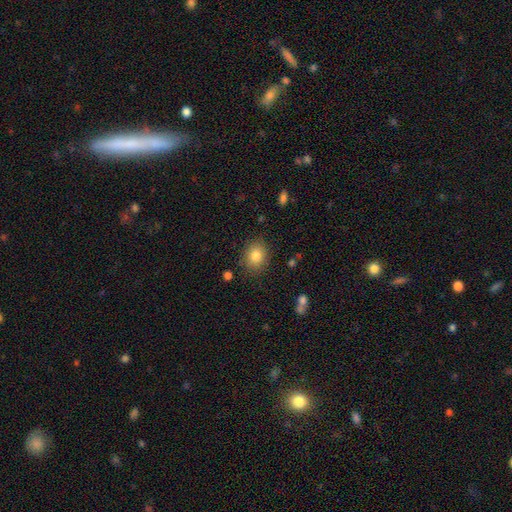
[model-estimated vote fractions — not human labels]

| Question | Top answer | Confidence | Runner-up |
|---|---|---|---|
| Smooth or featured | smooth | 83% | star or artifact (10%) |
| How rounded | round | 56% | in between (43%) |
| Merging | none | 85% | minor disturbance (11%) |